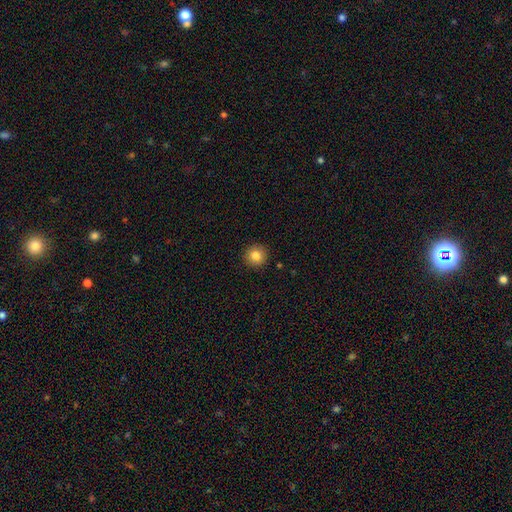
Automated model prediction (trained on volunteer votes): This appears to be a smooth galaxy with no disk features (84%) that is round (94%). Merging: none (92%).